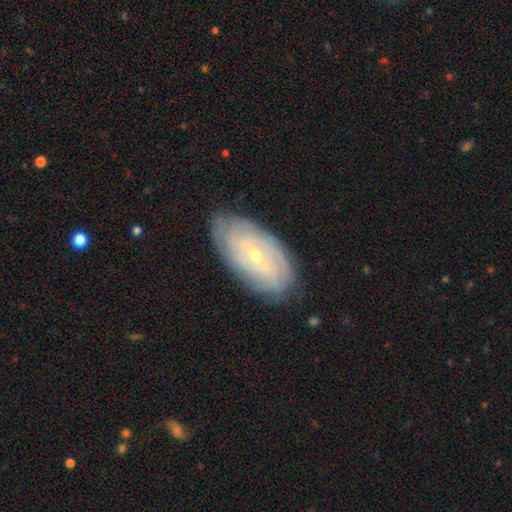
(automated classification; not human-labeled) Morphology: type=featured or disk (75%); edge-on=no (91%); bar=weak (49%); spiral arms=yes (85%); winding=tight (72%); arm count=can't tell (53%); bulge=small (68%); merging=none (79%).